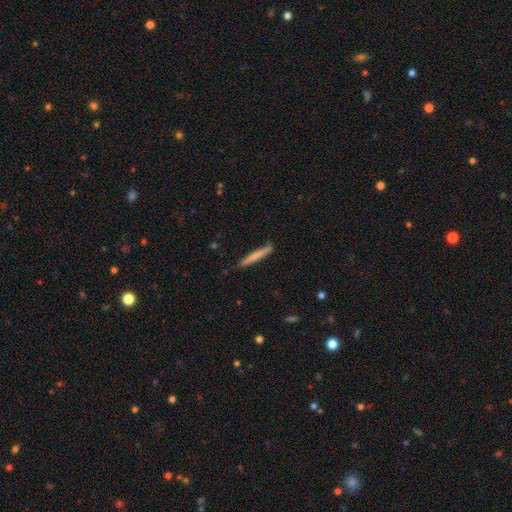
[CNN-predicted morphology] smooth_or_featured: smooth (p=0.68) [alt: featured or disk p=0.26]
how_rounded: cigar-shaped (p=0.96) [alt: in between p=0.03]
merging: none (p=0.85) [alt: minor disturbance p=0.12]